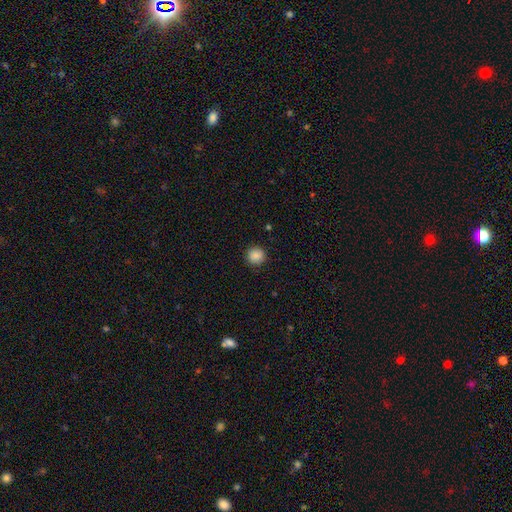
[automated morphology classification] This appears to be a smooth galaxy with no disk features (88%) that is round (93%). Merging: none (90%).